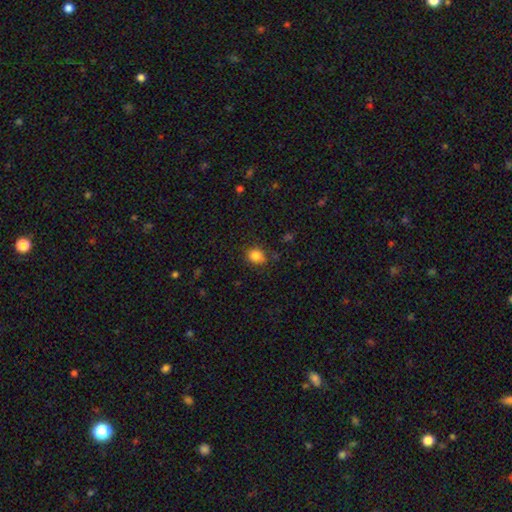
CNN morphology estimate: This appears to be a smooth galaxy with no disk features (83%) that is round (60%). Merging: none (77%).